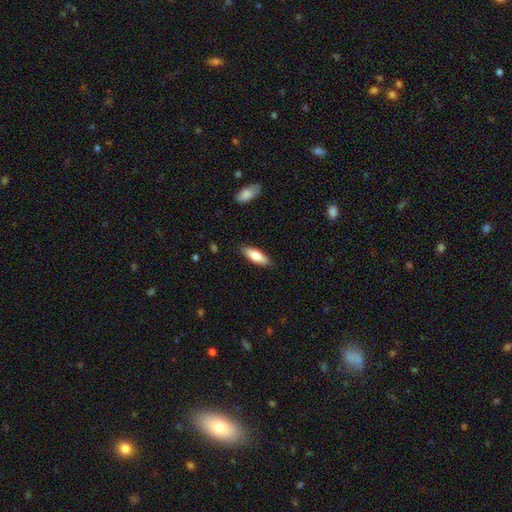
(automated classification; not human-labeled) This is likely a smooth galaxy (74%). How rounded: likely in between (62%). Merging: clearly none (87%).